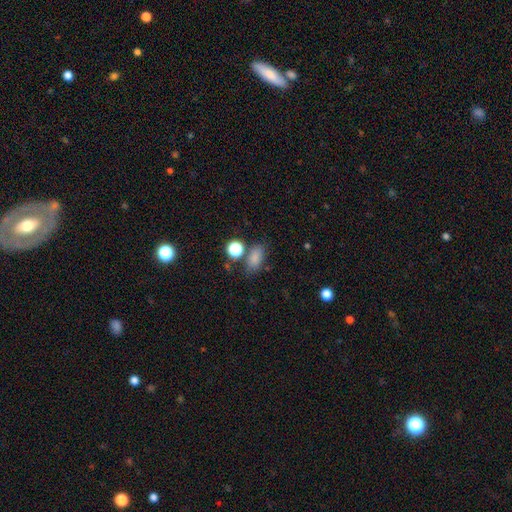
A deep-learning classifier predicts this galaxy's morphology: The model was most divided on "merging": none: 71%, minor disturbance: 14%, merger: 10%, major disturbance: 5%. More confident: how rounded — in between (81%); smooth or featured — smooth (76%).